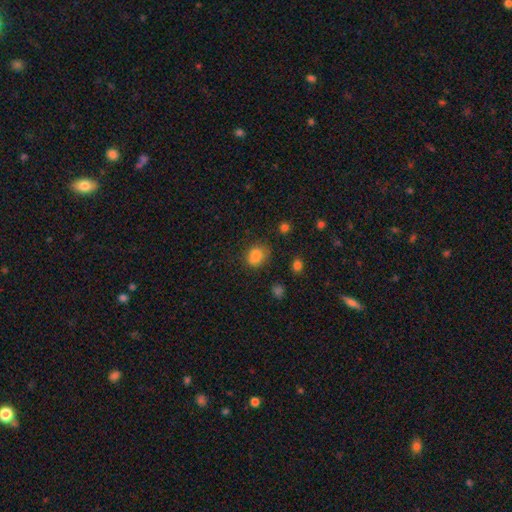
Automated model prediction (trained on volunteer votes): Smooth or featured: smooth — 83% (star or artifact — 11%)
How rounded: in between — 53% (round — 46%)
Merging: none — 69% (minor disturbance — 22%)